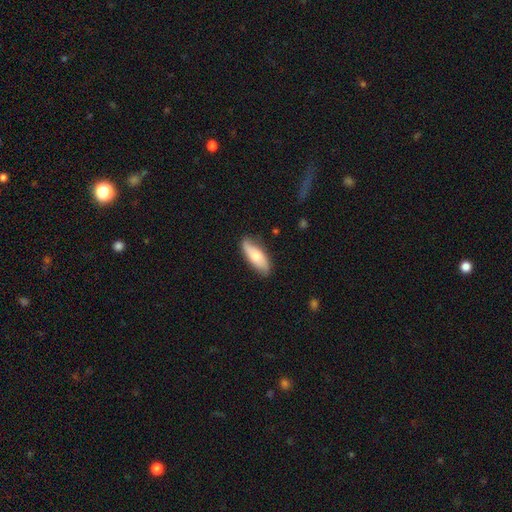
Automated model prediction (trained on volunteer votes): smooth_or_featured: smooth (p=0.66) [alt: featured or disk p=0.28]
how_rounded: in between (p=0.67) [alt: cigar-shaped p=0.31]
merging: none (p=0.78) [alt: minor disturbance p=0.18]